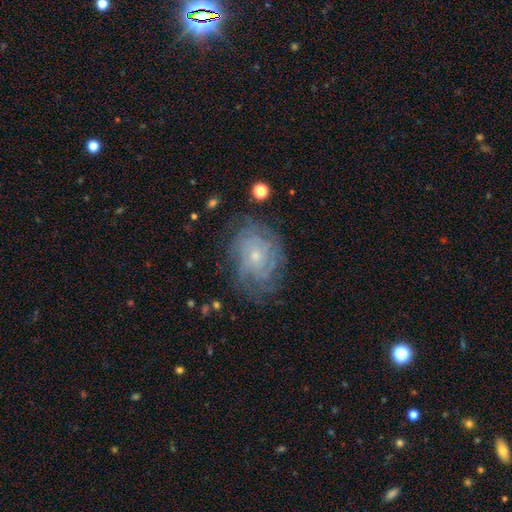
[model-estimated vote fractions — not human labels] Morphology: type=featured or disk (75%); edge-on=no (97%); bar=no (80%); spiral arms=yes (91%); winding=tight (70%); arm count=can't tell (49%); bulge=small (72%); merging=none (72%).